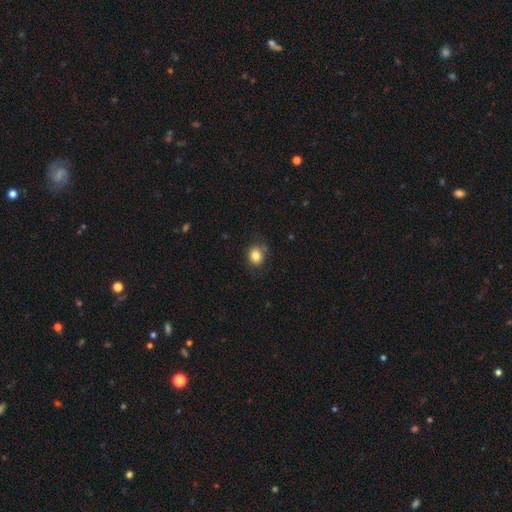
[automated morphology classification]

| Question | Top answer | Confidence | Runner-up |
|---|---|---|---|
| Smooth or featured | smooth | 82% | star or artifact (11%) |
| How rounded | round | 67% | in between (32%) |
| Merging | none | 76% | minor disturbance (17%) |